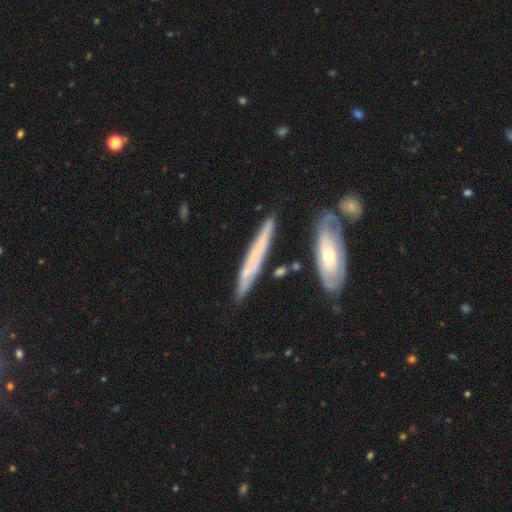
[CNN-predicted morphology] Q: Smooth or featured?
A: featured or disk (53%); runner-up: smooth (41%)
Q: Edge-on disk?
A: yes (72%); runner-up: no (28%)
Q: Merging?
A: none (76%); runner-up: minor disturbance (15%)